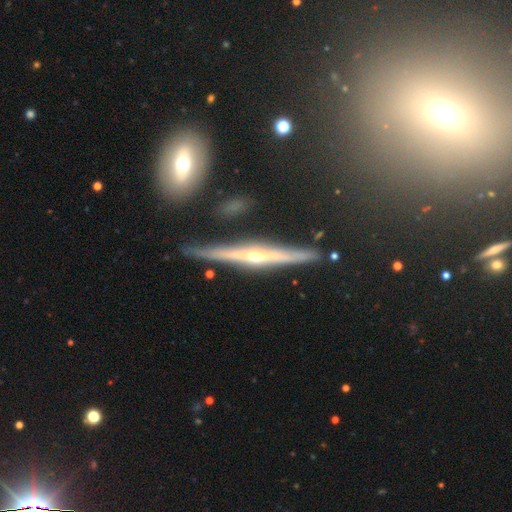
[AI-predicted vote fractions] This is clearly a featured or disk galaxy (82%). It is clearly viewed edge-on (97%). Edge-on bulge: clearly rounded (85%). Merging: clearly none (85%).